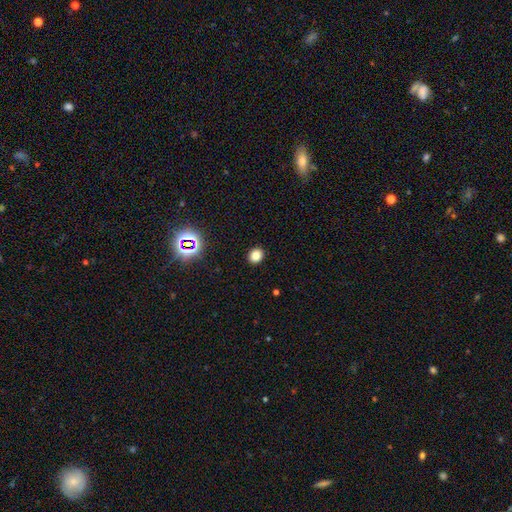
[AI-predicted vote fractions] A smooth galaxy with no disk features (80%) that is round (70%).

Vote fractions:
- Smooth or featured? smooth: 80% / star or artifact: 15% / featured or disk: 5%
- How rounded? round: 70% / in between: 29% / cigar-shaped: 1%
- Merging? none: 92% / minor disturbance: 5% / major disturbance: 2% / merger: 1%